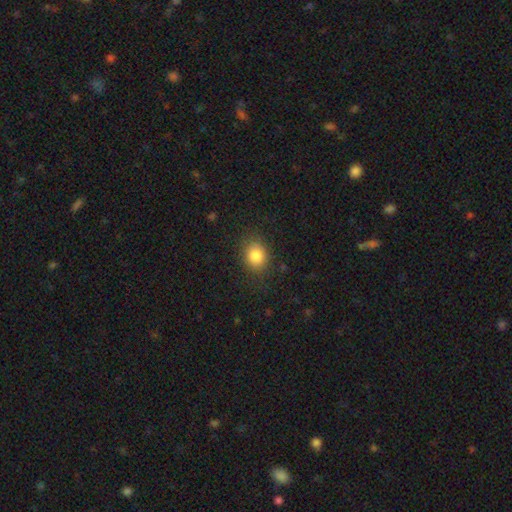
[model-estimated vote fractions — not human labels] Smooth or featured?
  - smooth: 84% *
  - star or artifact: 10%
  - featured or disk: 6%
How rounded?
  - round: 58% *
  - in between: 41%
  - cigar-shaped: 1%
Merging?
  - none: 83% *
  - minor disturbance: 12%
  - major disturbance: 4%
  - merger: 1%